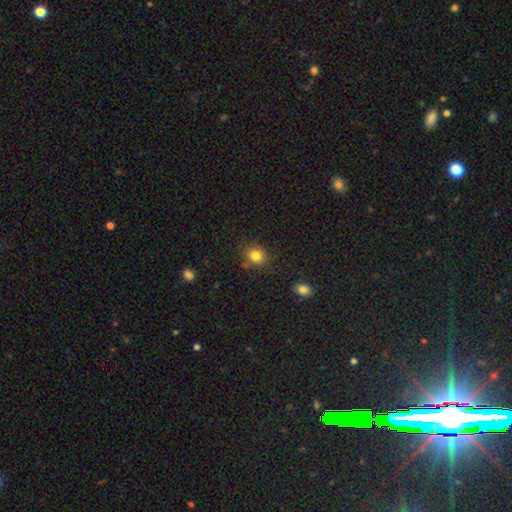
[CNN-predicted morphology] A smooth galaxy with no disk features (82%) that is round (77%). Merging: none (82%).